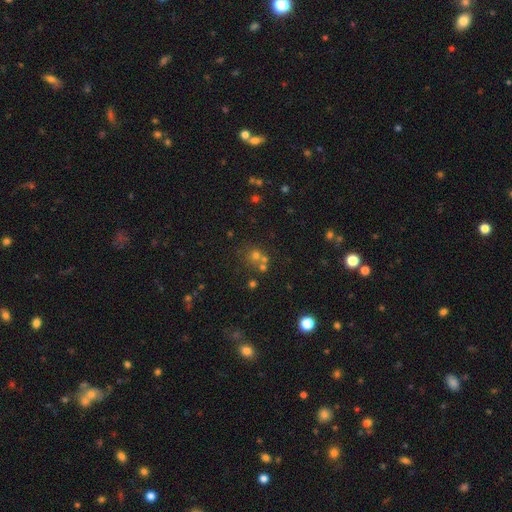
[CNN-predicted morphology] A smooth galaxy with no disk features (57%) that is round (86%).

Vote fractions:
- Smooth or featured? smooth: 57% / star or artifact: 28% / featured or disk: 15%
- How rounded? round: 86% / in between: 13% / cigar-shaped: 1%
- Merging? none: 55% / merger: 32% / minor disturbance: 8% / major disturbance: 4%